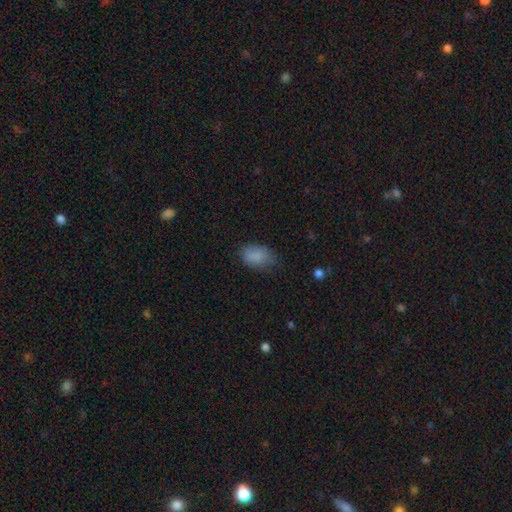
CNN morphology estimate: smooth-or-featured: smooth: 85% | star or artifact: 9% | featured or disk: 6%
  how-rounded: in between: 87% | round: 12% | cigar-shaped: 1%
  merging: none: 66% | minor disturbance: 26% | major disturbance: 7% | merger: 1%